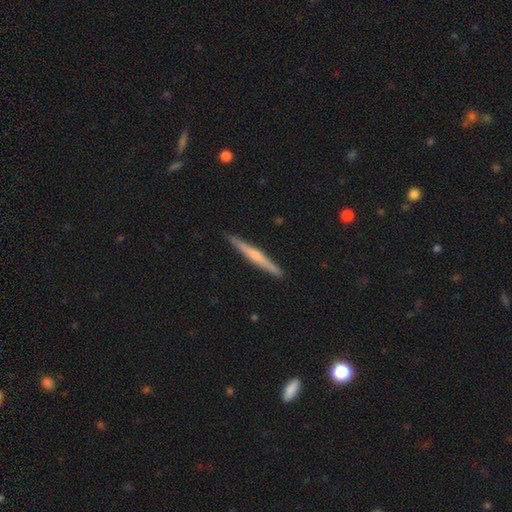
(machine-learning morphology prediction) Smooth or featured? featured or disk (60%)
Edge-on disk? yes (98%)
Edge-on bulge? rounded (59%)
Merging? none (91%)